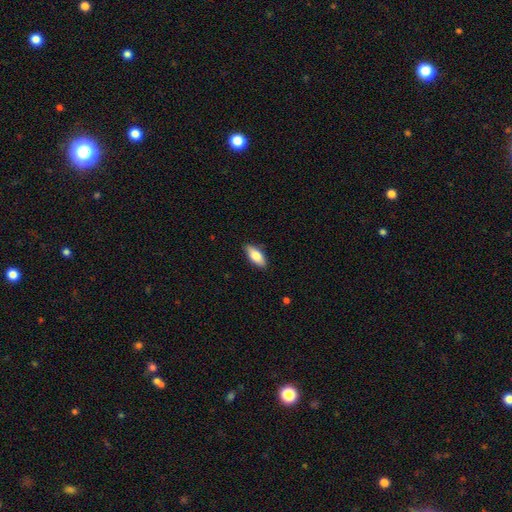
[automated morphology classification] Q: Smooth or featured?
A: smooth (78%); runner-up: featured or disk (16%)
Q: How rounded?
A: in between (81%); runner-up: cigar-shaped (17%)
Q: Merging?
A: none (87%); runner-up: minor disturbance (10%)